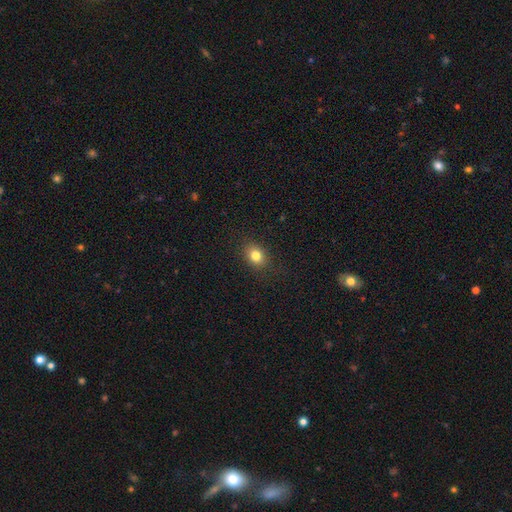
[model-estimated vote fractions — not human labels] A smooth galaxy with no disk features (81%) that is in between round and cigar-shaped (57%). Merging: none (86%).